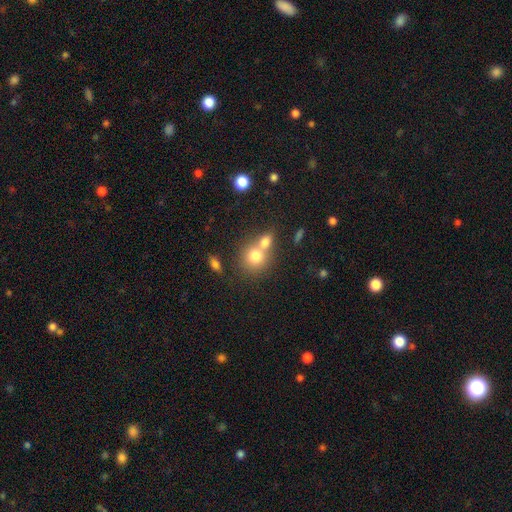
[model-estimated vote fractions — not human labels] Smooth or featured? Predicted: smooth (p=0.76). How rounded? Predicted: round (p=0.77). Merging? Predicted: merger (p=0.54).